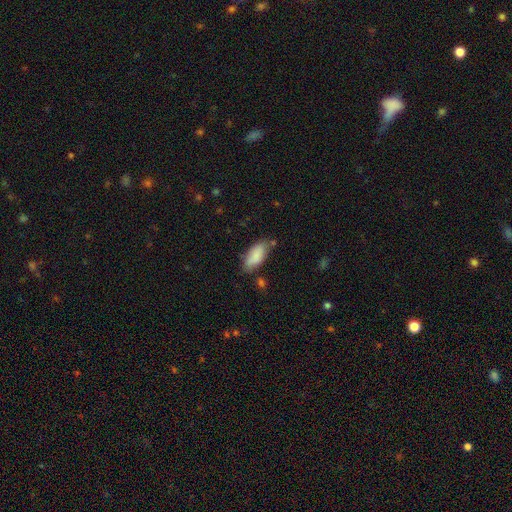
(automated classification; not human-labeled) A smooth galaxy with no disk features (85%) that is in between round and cigar-shaped (84%). Merging: none (67%).